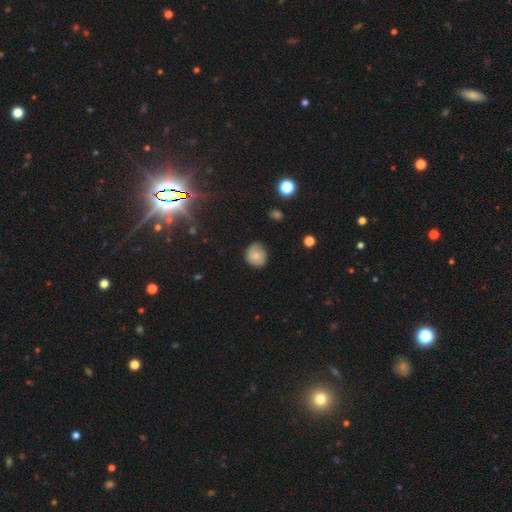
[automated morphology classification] Smooth or featured? smooth (72%)
How rounded? round (73%)
Merging? none (72%)